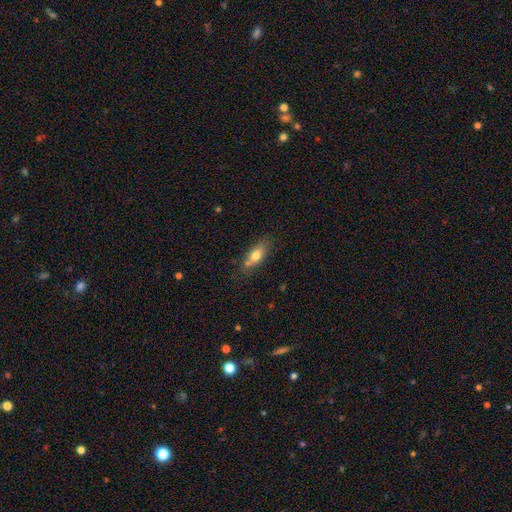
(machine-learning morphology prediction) The model was most divided on "merging": none: 65%, minor disturbance: 20%, merger: 11%, major disturbance: 5%. More confident: how rounded — in between (74%); smooth or featured — smooth (71%).